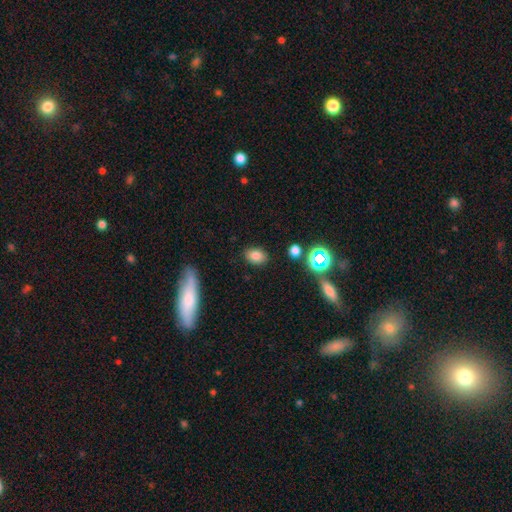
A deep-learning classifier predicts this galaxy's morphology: Overall: smooth (80%). How rounded: in between (74%). Merging: none (85%).